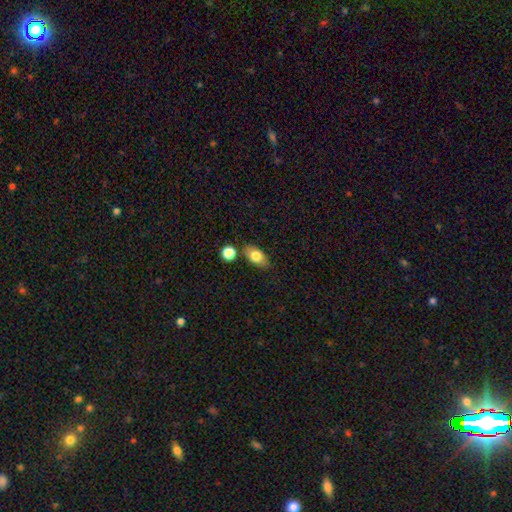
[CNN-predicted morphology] A smooth galaxy with no disk features (77%) that is in between round and cigar-shaped (86%). Merging: none (77%).